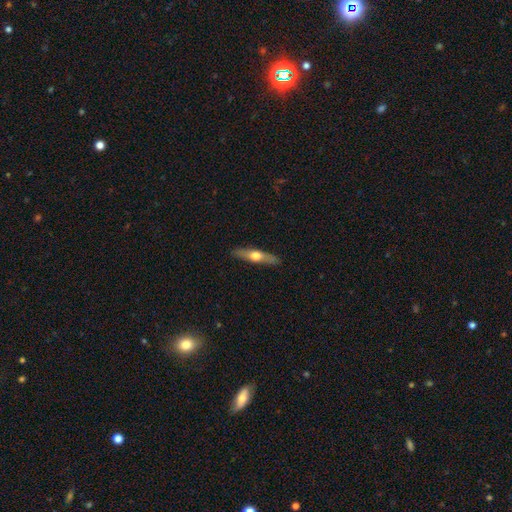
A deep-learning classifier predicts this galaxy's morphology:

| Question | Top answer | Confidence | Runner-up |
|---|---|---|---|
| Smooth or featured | featured or disk | 52% | smooth (43%) |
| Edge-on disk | yes | 91% | no (9%) |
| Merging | none | 89% | minor disturbance (8%) |